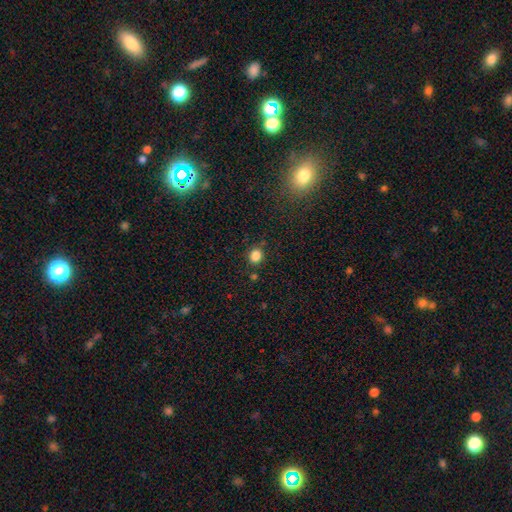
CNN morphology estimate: Smooth or featured? Predicted: smooth (p=0.83). How rounded? Predicted: round (p=0.72). Merging? Predicted: none (p=0.80).